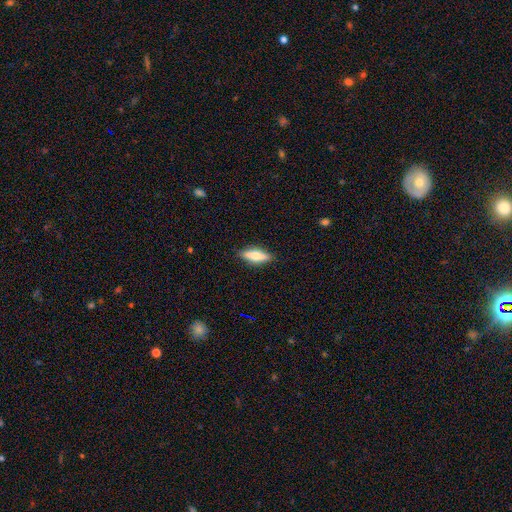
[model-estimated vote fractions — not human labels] Morphology: type=smooth (58%); roundness=cigar-shaped (56%); merging=none (87%).